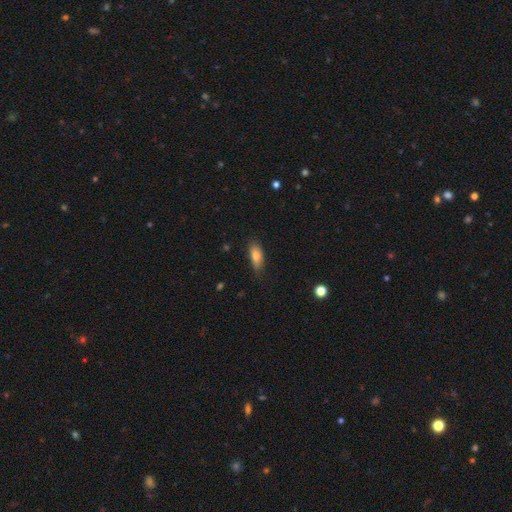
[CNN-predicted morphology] A smooth galaxy with no disk features (81%) that is in between round and cigar-shaped (77%).

Vote fractions:
- Smooth or featured? smooth: 81% / featured or disk: 11% / star or artifact: 8%
- How rounded? in between: 77% / cigar-shaped: 20% / round: 3%
- Merging? none: 69% / minor disturbance: 24% / major disturbance: 5% / merger: 1%